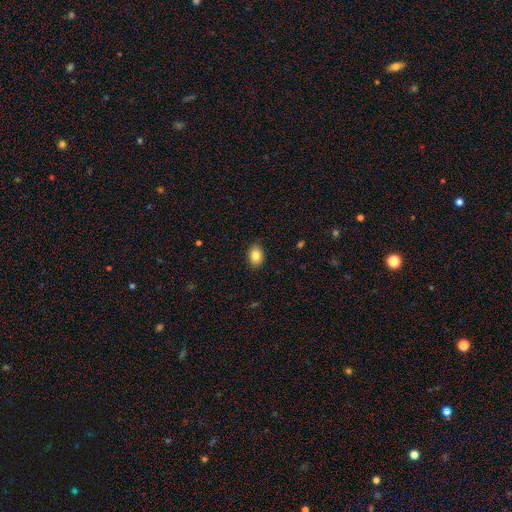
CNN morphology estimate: smooth_or_featured: smooth (p=0.85) [alt: star or artifact p=0.08]
how_rounded: in between (p=0.76) [alt: round p=0.23]
merging: none (p=0.88) [alt: minor disturbance p=0.09]